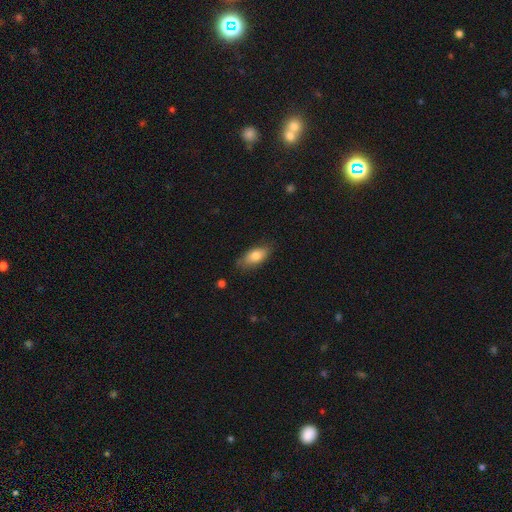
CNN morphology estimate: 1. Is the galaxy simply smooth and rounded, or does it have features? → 78% smooth, 15% featured or disk, 7% star or artifact.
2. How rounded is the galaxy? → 86% in between, 11% cigar-shaped, 4% round.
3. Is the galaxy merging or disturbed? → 77% none, 18% minor disturbance, 3% major disturbance, 1% merger.